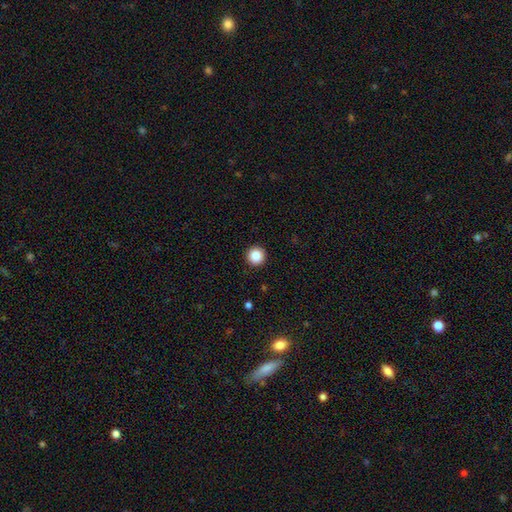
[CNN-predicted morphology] type=smooth (86%); roundness=round (96%); merging=none (94%).